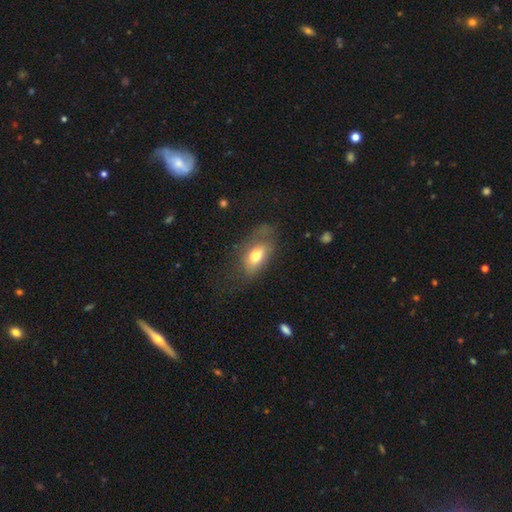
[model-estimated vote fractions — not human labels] Smooth or featured? Predicted: smooth (p=0.70). How rounded? Predicted: in between (p=0.86). Merging? Predicted: none (p=0.47).